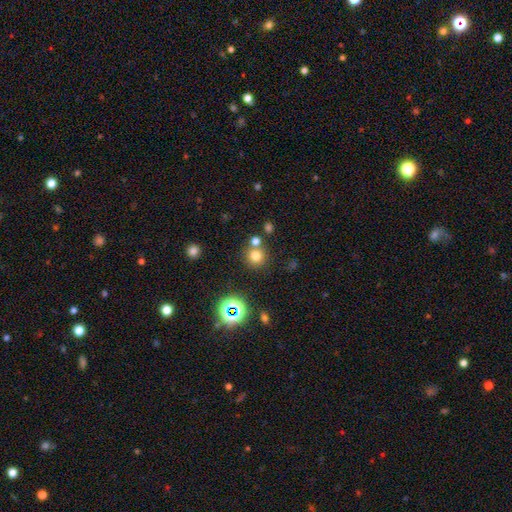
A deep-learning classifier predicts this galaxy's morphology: smooth_or_featured: smooth (p=0.72) [alt: star or artifact p=0.20]
how_rounded: round (p=0.94) [alt: in between p=0.06]
merging: none (p=0.73) [alt: merger p=0.16]